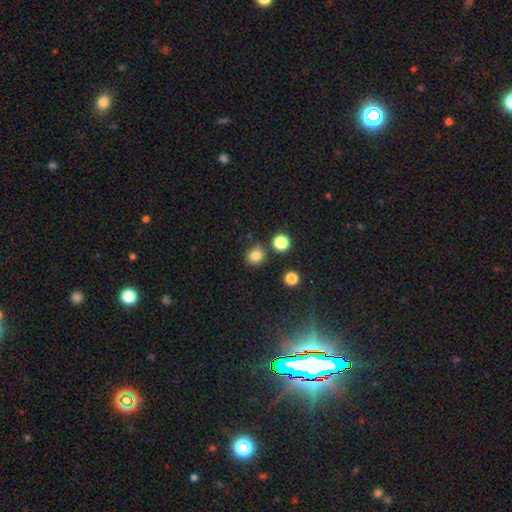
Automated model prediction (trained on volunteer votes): The model was most divided on "smooth or featured": smooth: 82%, star or artifact: 13%, featured or disk: 5%. More confident: how rounded — round (87%); merging — none (80%).